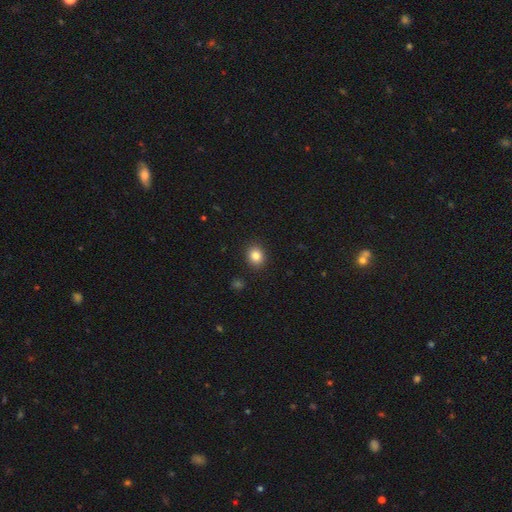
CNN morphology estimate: This is clearly a smooth galaxy (84%). How rounded: likely round (69%). Merging: clearly none (90%).